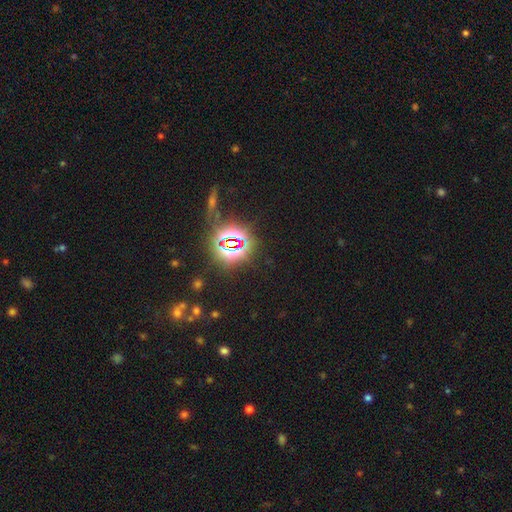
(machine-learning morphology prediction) type=star or artifact (81%).